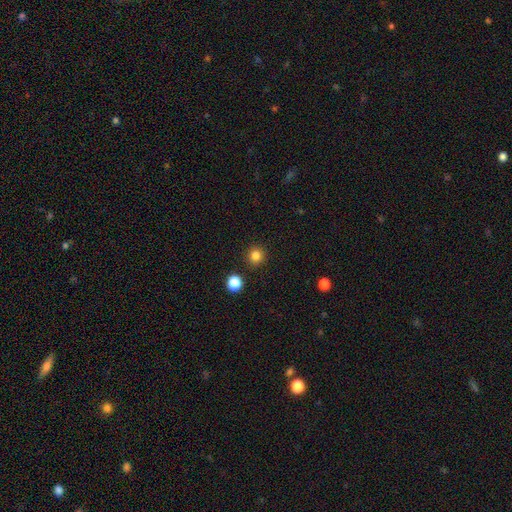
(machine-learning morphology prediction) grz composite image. It shows a smooth galaxy with no disk features (83%) that is round (94%). Merging: none (91%).